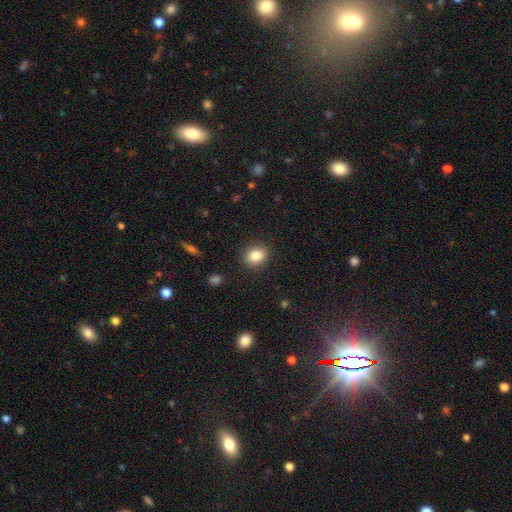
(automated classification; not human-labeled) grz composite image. It shows a smooth galaxy with no disk features (85%) that is round (54%). Merging: none (89%).